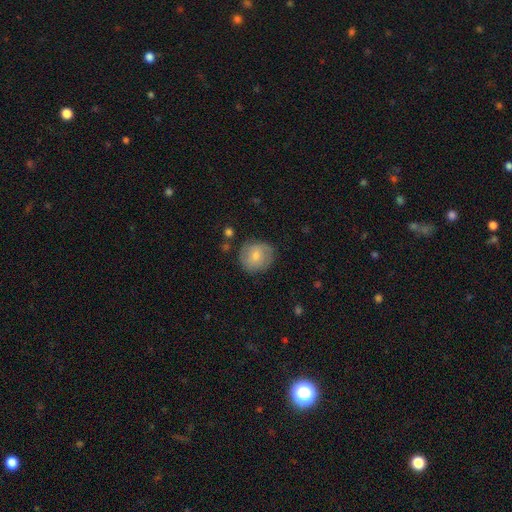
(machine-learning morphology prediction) smooth-or-featured: smooth: 68% | featured or disk: 25% | star or artifact: 7%
  how-rounded: round: 85% | in between: 14% | cigar-shaped: 1%
  merging: none: 76% | minor disturbance: 17% | major disturbance: 5% | merger: 2%